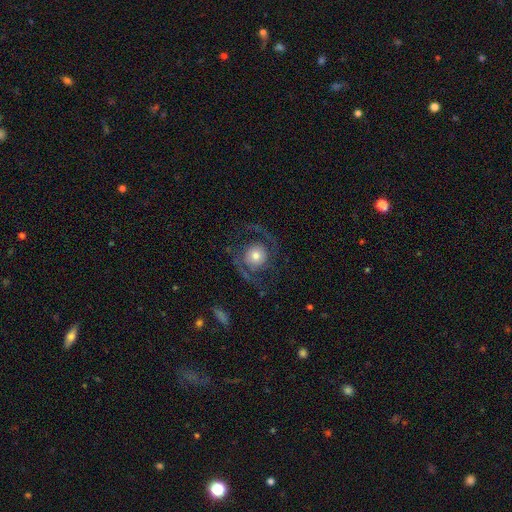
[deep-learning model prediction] Smooth or featured: featured or disk — 78% (smooth — 15%)
Edge-on disk: no — 97% (yes — 3%)
Bar: no — 76% (weak — 18%)
Spiral arms: yes — 93% (no — 7%)
Spiral winding: medium — 50% (loose — 31%)
Spiral arm count: 2 — 90% (can't tell — 3%)
Bulge size: moderate — 51% (small — 24%)
Merging: none — 71% (major disturbance — 14%)